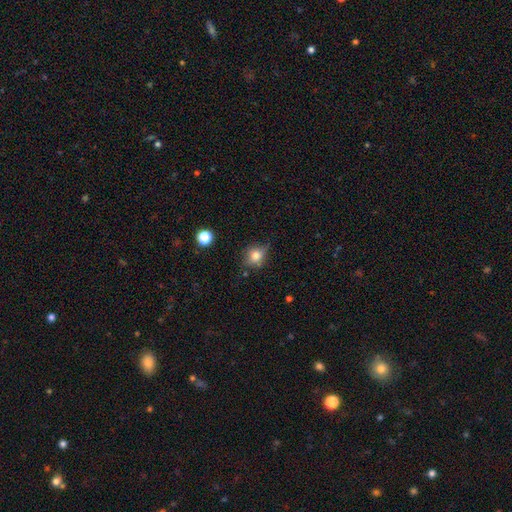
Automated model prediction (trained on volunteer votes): Overall: smooth (73%). How rounded: round (67%; in between 31%). Merging: none (68%).